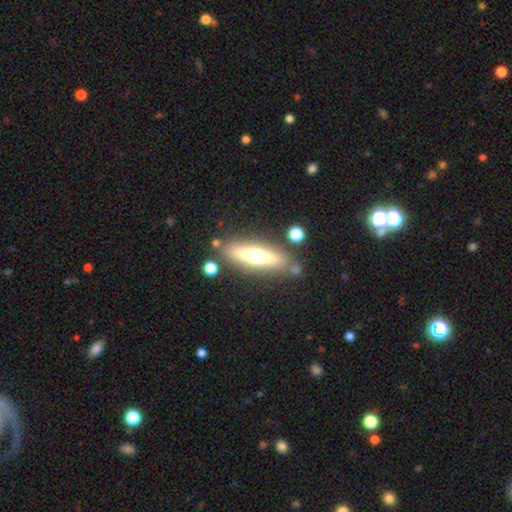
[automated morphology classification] smooth-or-featured: featured or disk: 55% | smooth: 38% | star or artifact: 7%
  disk-edge-on: yes: 88% | no: 12%
  merging: none: 80% | minor disturbance: 10% | merger: 6% | major disturbance: 4%